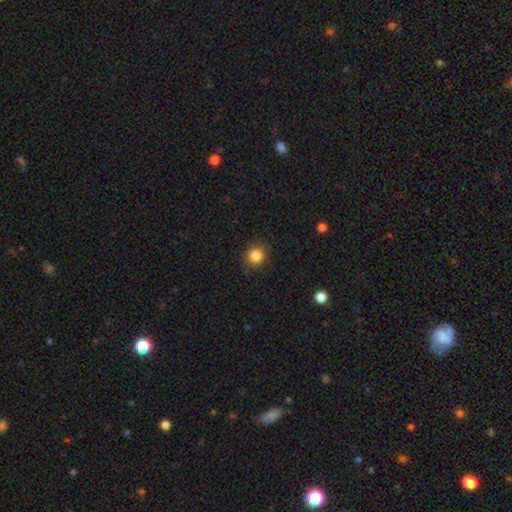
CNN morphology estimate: This is clearly a smooth galaxy (85%). How rounded: clearly round (88%). Merging: clearly none (87%).